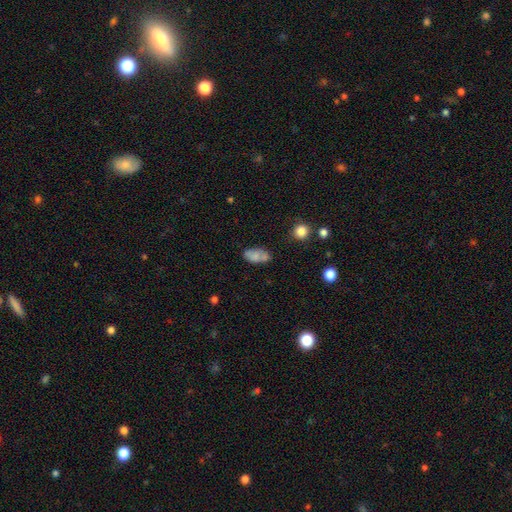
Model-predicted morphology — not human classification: smooth_or_featured: smooth (p=0.71) [alt: featured or disk p=0.20]
how_rounded: in between (p=0.90) [alt: round p=0.06]
merging: none (p=0.58) [alt: minor disturbance p=0.23]